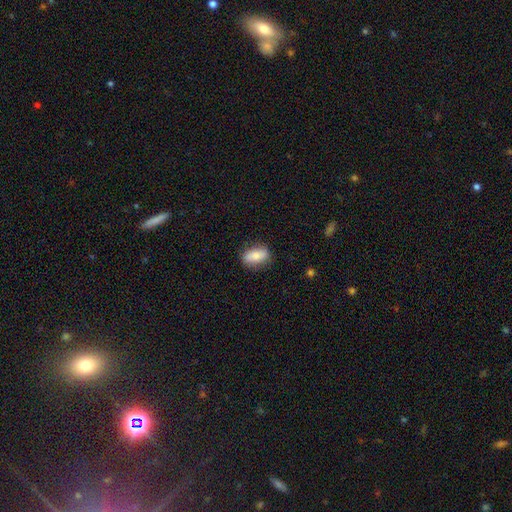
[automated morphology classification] This appears to be a smooth galaxy with no disk features (75%) that is in between round and cigar-shaped (84%). Merging: none (82%).